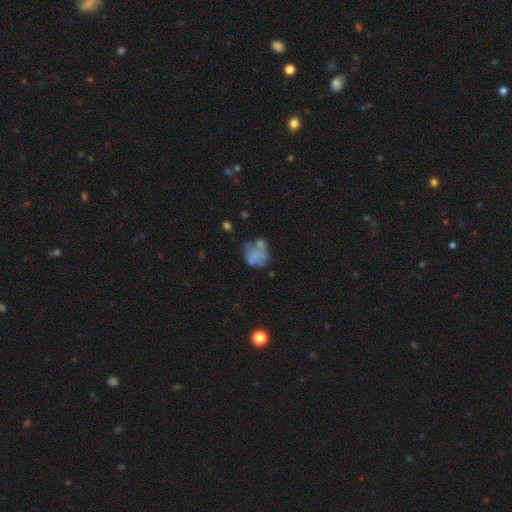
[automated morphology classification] Smooth or featured? Predicted: smooth (p=0.51). How rounded? Predicted: round (p=0.58). Merging? Predicted: none (p=0.38).